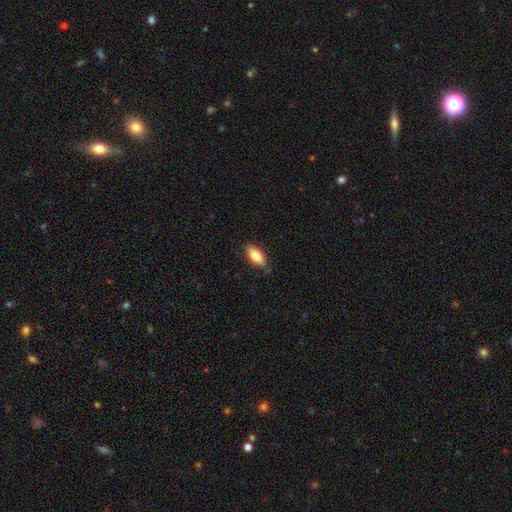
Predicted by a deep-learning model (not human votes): smooth 78%, featured or disk 15%, star or artifact 7%. Down the decision tree: how rounded — in between (85%); merging — none (81%).